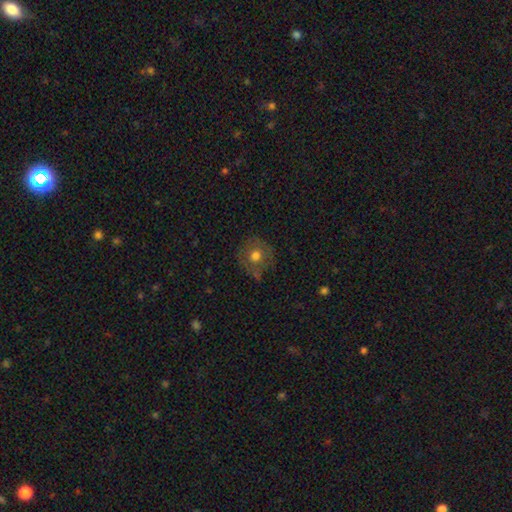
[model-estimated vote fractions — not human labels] smooth 62%, featured or disk 28%, star or artifact 11%. Down the decision tree: how rounded — round (88%); merging — none (73%).